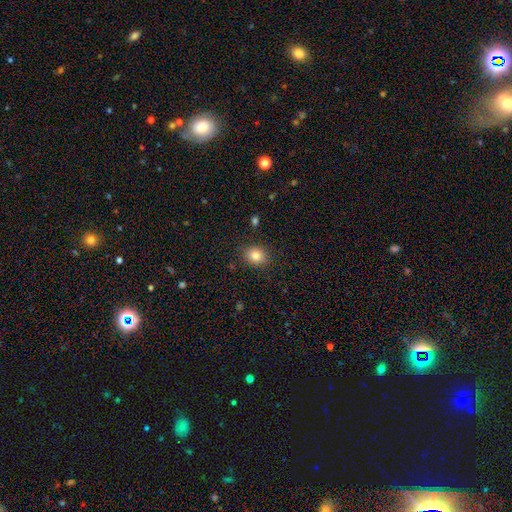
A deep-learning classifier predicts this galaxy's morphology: This is clearly a smooth galaxy (83%). How rounded: likely round (66%). Merging: clearly none (87%).